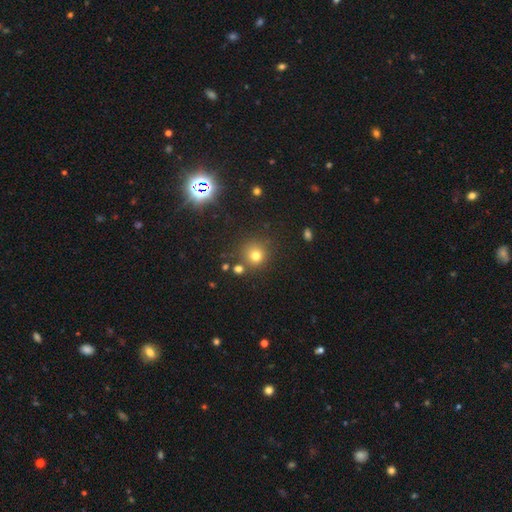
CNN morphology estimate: Smooth or featured? smooth (75%)
How rounded? round (92%)
Merging? none (78%)